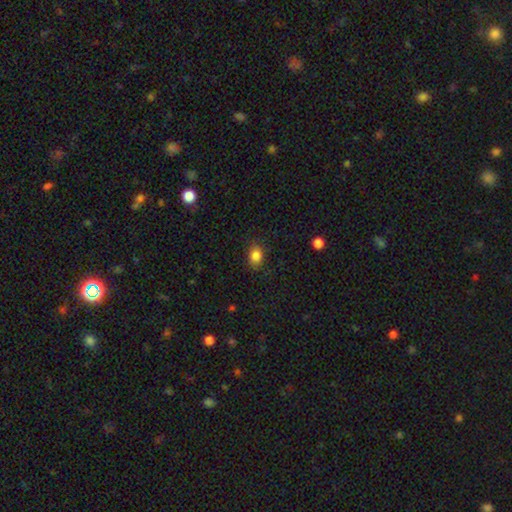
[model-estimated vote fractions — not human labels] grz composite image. It shows a smooth galaxy with no disk features (85%) that is in between round and cigar-shaped (56%). Merging: none (83%).